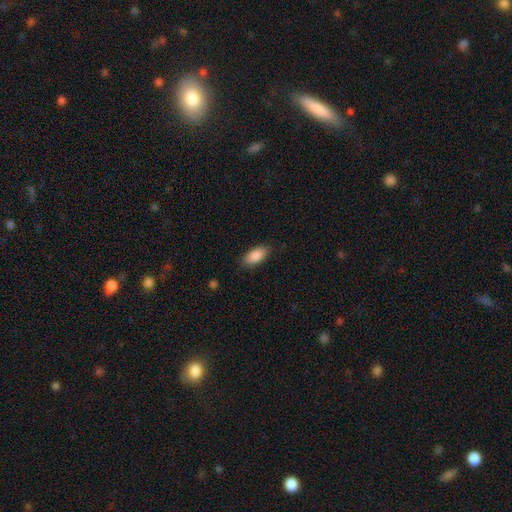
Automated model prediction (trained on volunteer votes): Smooth or featured? smooth (89%)
How rounded? in between (90%)
Merging? none (86%)